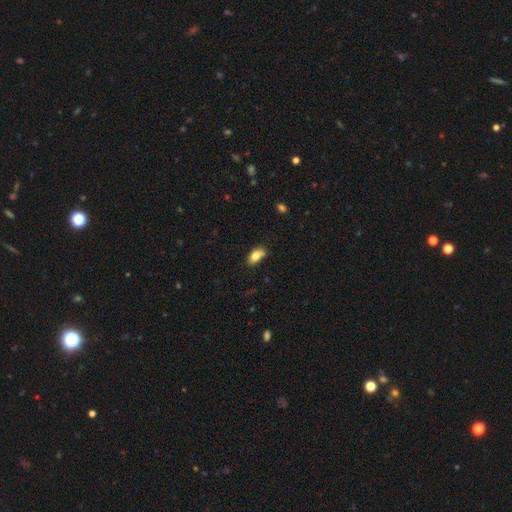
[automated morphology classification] Smooth or featured? Predicted: smooth (p=0.80). How rounded? Predicted: in between (p=0.87). Merging? Predicted: none (p=0.60).